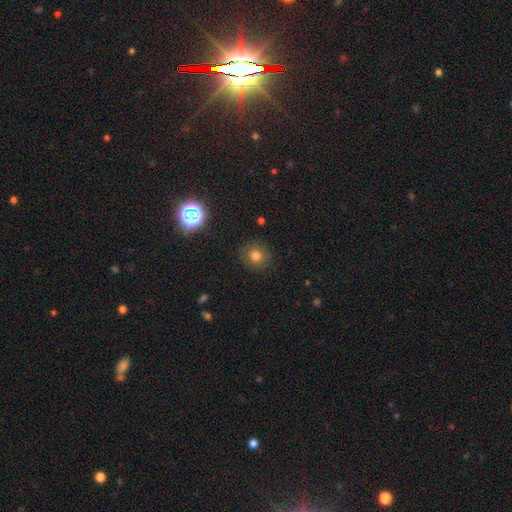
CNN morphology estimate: smooth-or-featured: smooth: 75% | star or artifact: 16% | featured or disk: 10%
  how-rounded: round: 87% | in between: 12% | cigar-shaped: 1%
  merging: none: 86% | minor disturbance: 9% | major disturbance: 3% | merger: 1%